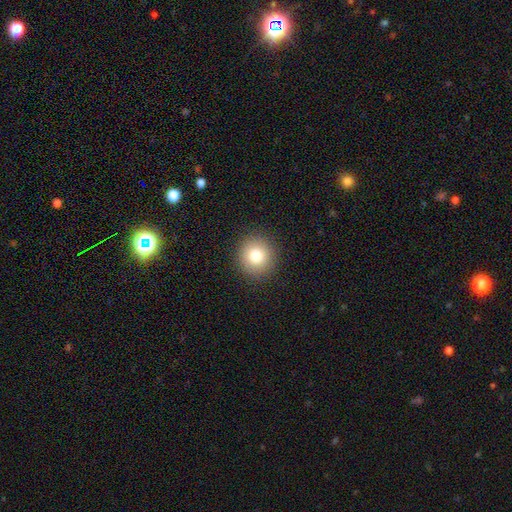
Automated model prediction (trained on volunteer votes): A smooth galaxy with no disk features (81%) that is round (92%). Merging: none (91%).